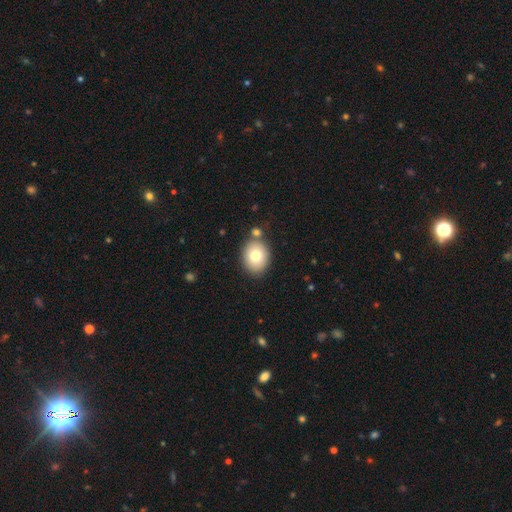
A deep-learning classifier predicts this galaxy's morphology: smooth_or_featured: smooth (p=0.77) [alt: featured or disk p=0.14]
how_rounded: in between (p=0.52) [alt: round p=0.48]
merging: none (p=0.77) [alt: minor disturbance p=0.11]